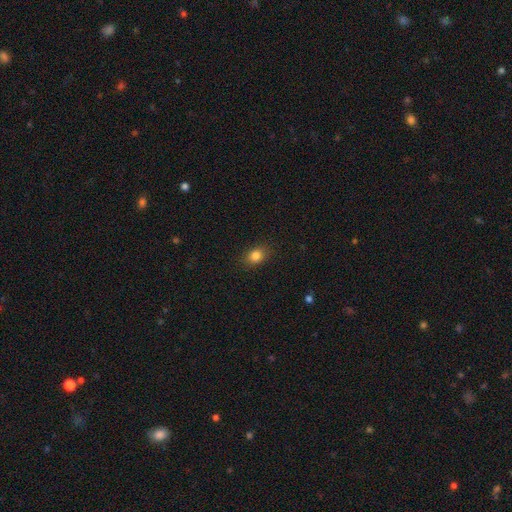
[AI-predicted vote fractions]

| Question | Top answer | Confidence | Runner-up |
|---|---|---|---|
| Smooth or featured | smooth | 83% | star or artifact (11%) |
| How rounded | in between | 59% | round (40%) |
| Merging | none | 87% | minor disturbance (10%) |